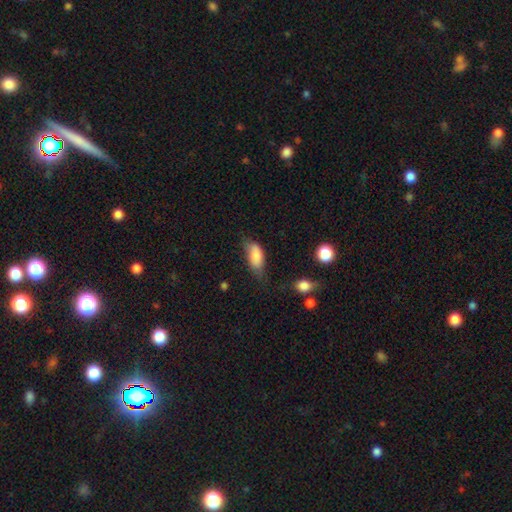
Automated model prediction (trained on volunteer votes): Smooth or featured? Predicted: smooth (p=0.82). How rounded? Predicted: in between (p=0.85). Merging? Predicted: none (p=0.45).